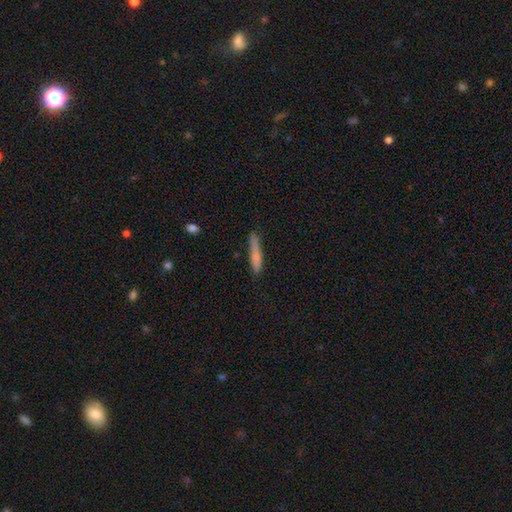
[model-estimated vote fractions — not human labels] A smooth galaxy with no disk features (76%) that is cigar-shaped (93%). Merging: none (77%).